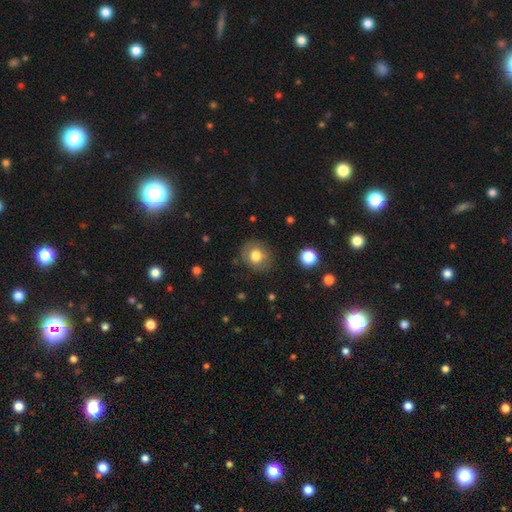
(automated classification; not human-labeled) smooth_or_featured: smooth (p=0.75) [alt: featured or disk p=0.16]
how_rounded: round (p=0.75) [alt: in between p=0.24]
merging: none (p=0.79) [alt: minor disturbance p=0.14]